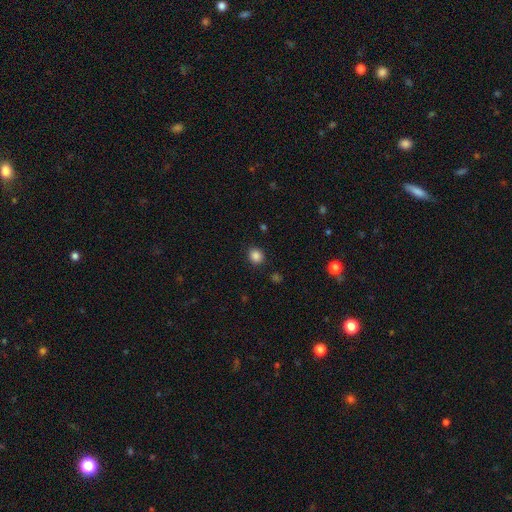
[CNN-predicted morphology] Q: Smooth or featured?
A: smooth (86%); runner-up: star or artifact (11%)
Q: How rounded?
A: round (78%); runner-up: in between (21%)
Q: Merging?
A: none (89%); runner-up: minor disturbance (7%)